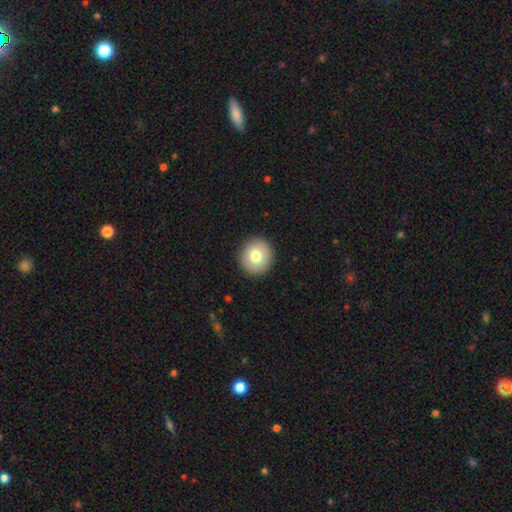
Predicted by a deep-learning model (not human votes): A smooth galaxy with no disk features (78%) that is round (90%). Merging: none (91%).